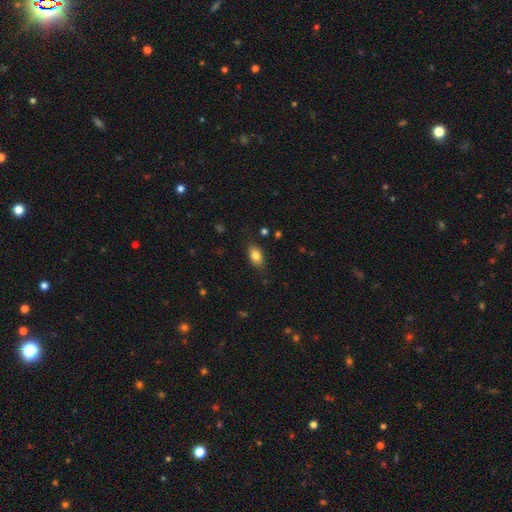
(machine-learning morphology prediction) This appears to be a smooth galaxy with no disk features (82%) that is in between round and cigar-shaped (86%). Merging: none (82%).